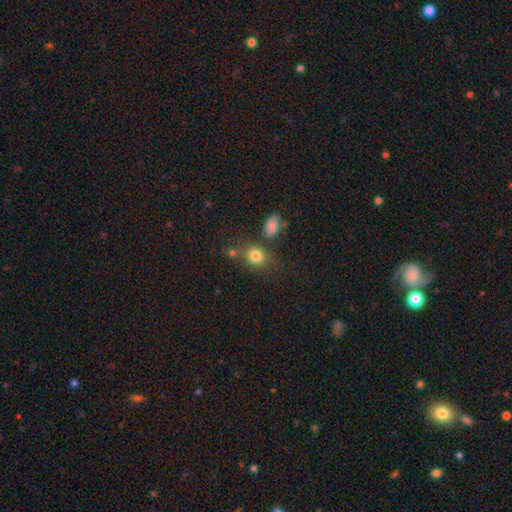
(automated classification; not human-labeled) A smooth galaxy with no disk features (80%) that is round (63%). Merging: none (65%).